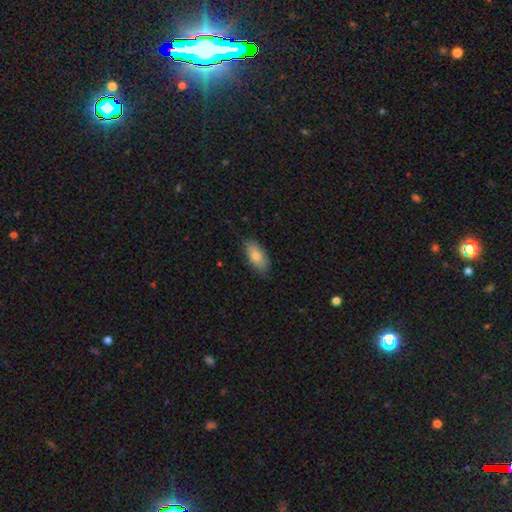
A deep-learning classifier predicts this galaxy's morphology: A smooth galaxy with no disk features (78%) that is in between round and cigar-shaped (85%). Merging: none (82%).